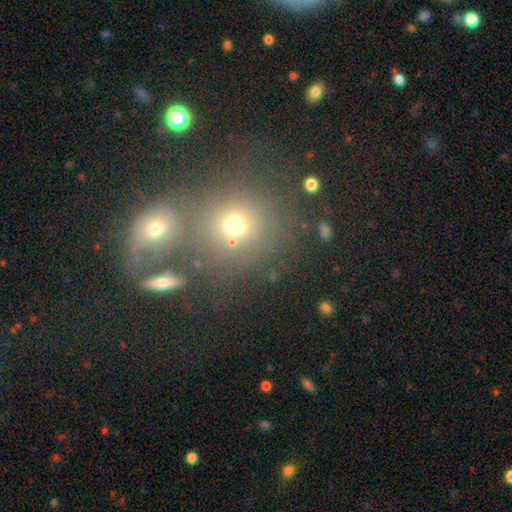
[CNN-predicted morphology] Q: Smooth or featured?
A: smooth (54%); runner-up: star or artifact (29%)
Q: How rounded?
A: round (82%); runner-up: in between (17%)
Q: Merging?
A: none (51%); runner-up: merger (34%)